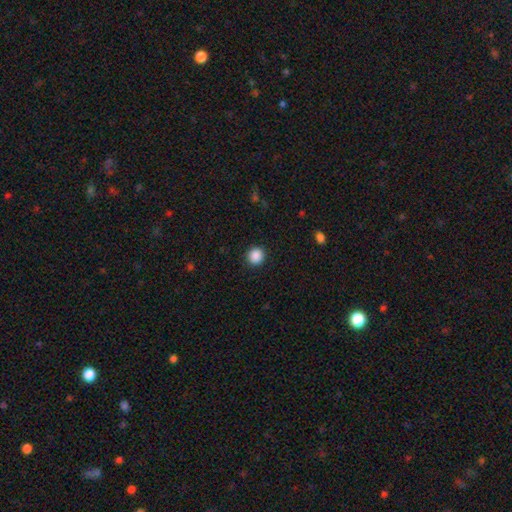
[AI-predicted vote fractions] The model was most divided on "smooth or featured": smooth: 88%, star or artifact: 9%, featured or disk: 2%. More confident: how rounded — round (93%); merging — none (91%).